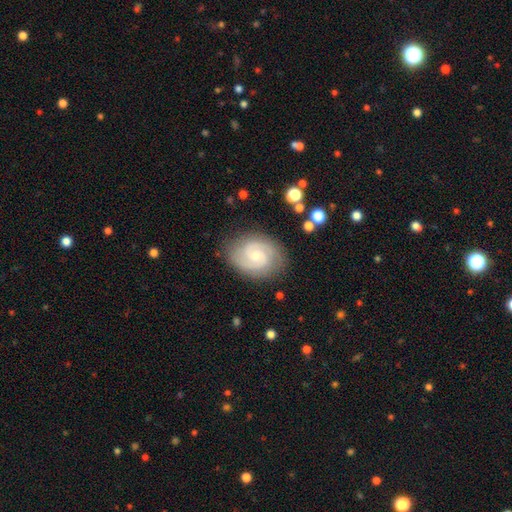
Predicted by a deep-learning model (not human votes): A featured or disk galaxy (79%) with no bar (58%), 2 (78%) tight (47%) spiral arms (95%) and a small central bulge (60%).

Vote fractions:
- Smooth or featured? featured or disk: 79% / smooth: 15% / star or artifact: 6%
- Edge-on disk? no: 97% / yes: 3%
- Bar? no: 58% / weak: 37% / strong: 5%
- Spiral arms? yes: 95% / no: 5%
- Spiral winding? tight: 47% / medium: 43% / loose: 10%
- Spiral arm count? 2: 78% / can't tell: 10% / 3: 7% / 1: 2% / 4: 2% / more than 4: 2%
- Bulge size? small: 60% / moderate: 36% / none: 2% / large: 2% / dominant: 1%
- Merging? none: 81% / minor disturbance: 13% / major disturbance: 4% / merger: 1%